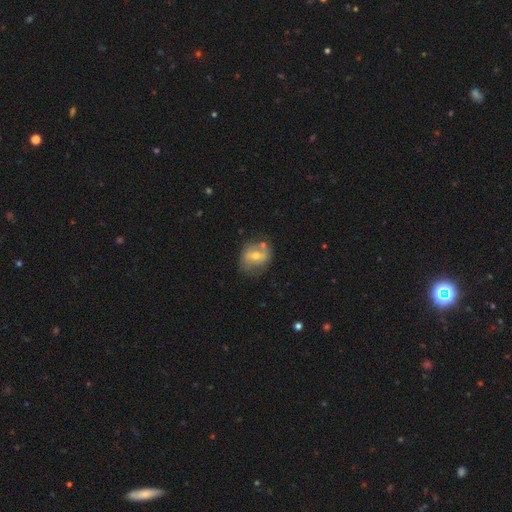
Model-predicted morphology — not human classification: Q: Smooth or featured?
A: featured or disk (53%); runner-up: smooth (39%)
Q: Edge-on disk?
A: no (94%); runner-up: yes (6%)
Q: Merging?
A: none (64%); runner-up: minor disturbance (22%)